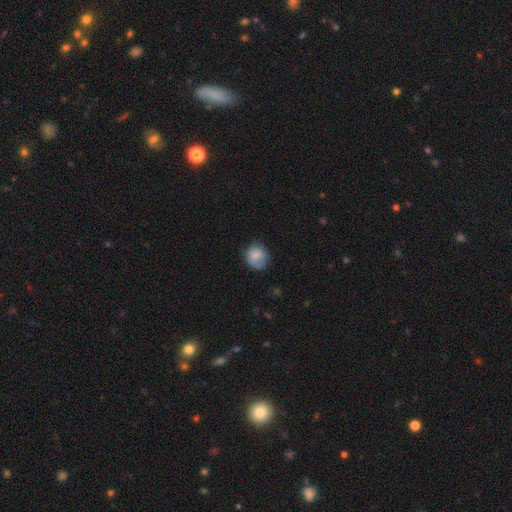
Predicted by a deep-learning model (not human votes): Smooth or featured? smooth (77%)
How rounded? round (72%)
Merging? none (64%)